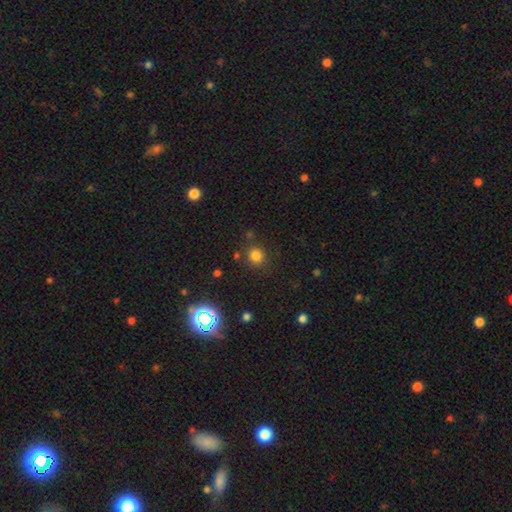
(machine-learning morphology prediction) Smooth or featured?
  - smooth: 78% *
  - star or artifact: 16%
  - featured or disk: 5%
How rounded?
  - round: 89% *
  - in between: 10%
  - cigar-shaped: 1%
Merging?
  - none: 82% *
  - minor disturbance: 9%
  - merger: 4%
  - major disturbance: 4%